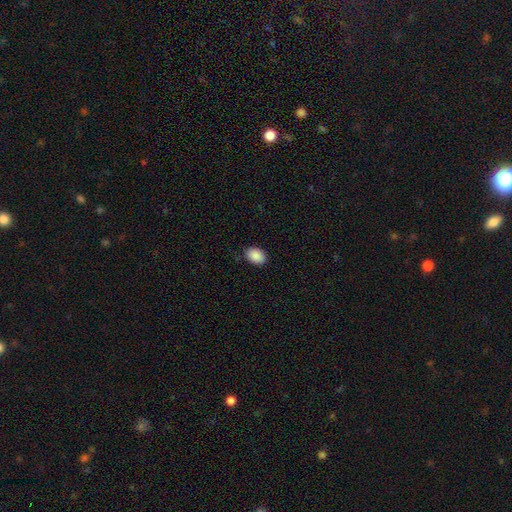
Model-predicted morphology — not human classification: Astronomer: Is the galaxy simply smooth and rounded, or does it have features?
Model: smooth — 90%.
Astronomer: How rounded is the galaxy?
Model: in between — 78%.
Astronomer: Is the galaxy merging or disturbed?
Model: none — 85%.